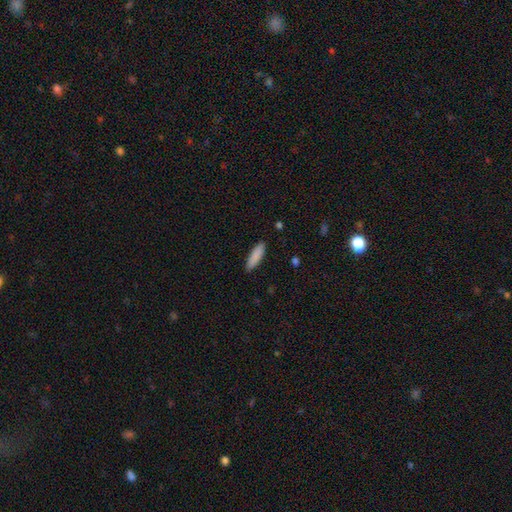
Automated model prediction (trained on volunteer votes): Smooth or featured?
  - smooth: 88% *
  - featured or disk: 6%
  - star or artifact: 6%
How rounded?
  - cigar-shaped: 66% *
  - in between: 32%
  - round: 1%
Merging?
  - none: 89% *
  - minor disturbance: 8%
  - major disturbance: 2%
  - merger: 1%